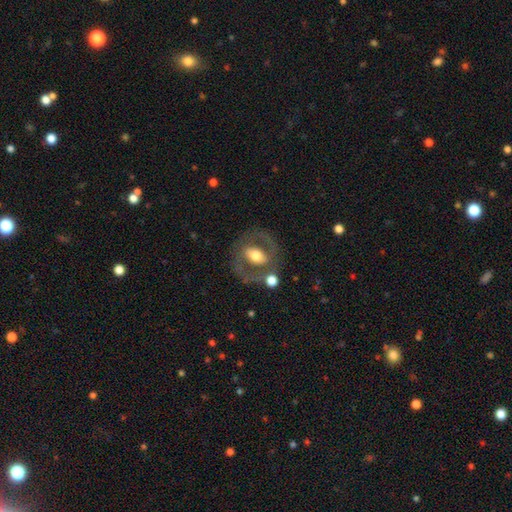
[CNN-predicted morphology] smooth_or_featured: featured or disk (p=0.65) [alt: smooth p=0.28]
disk_edge_on: no (p=0.94) [alt: yes p=0.06]
bar: no (p=0.38) [alt: weak p=0.32]
has_spiral_arms: yes (p=0.52) [alt: no p=0.48]
bulge_size: moderate (p=0.65) [alt: large p=0.22]
merging: none (p=0.68) [alt: minor disturbance p=0.14]